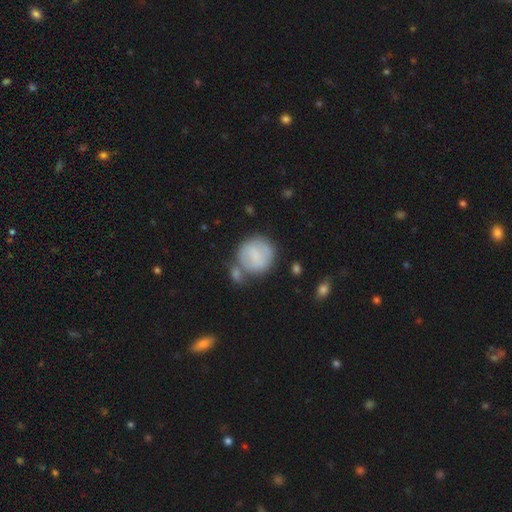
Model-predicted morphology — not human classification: The model was most divided on "merging": none: 50%, merger: 23%, minor disturbance: 18%, major disturbance: 8%. More confident: how rounded — round (89%); smooth or featured — smooth (69%).